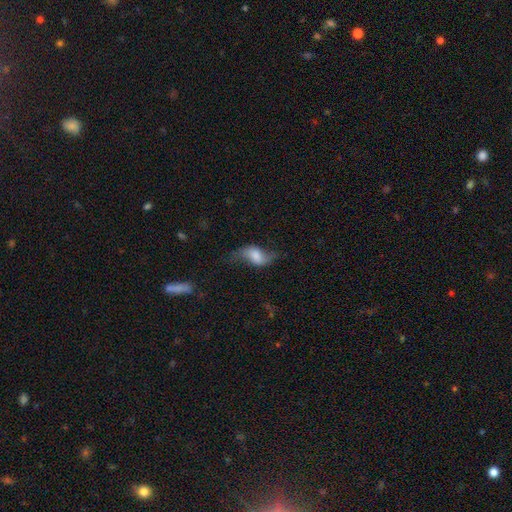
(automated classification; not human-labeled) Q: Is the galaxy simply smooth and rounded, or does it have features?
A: featured or disk — 52%.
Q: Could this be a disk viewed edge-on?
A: no — 91%.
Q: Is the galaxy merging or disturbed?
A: none — 52%.